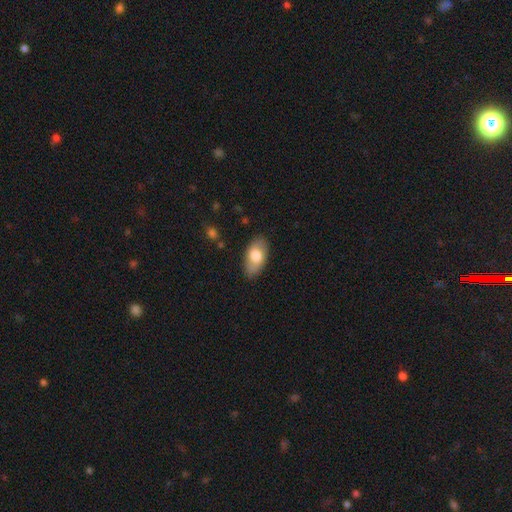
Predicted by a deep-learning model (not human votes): smooth-or-featured: smooth: 75% | featured or disk: 19% | star or artifact: 6%
  how-rounded: in between: 93% | round: 4% | cigar-shaped: 3%
  merging: none: 83% | minor disturbance: 13% | major disturbance: 3% | merger: 1%